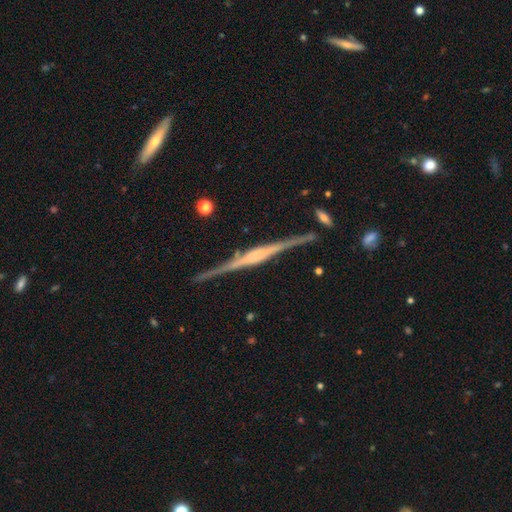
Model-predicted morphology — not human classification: A featured or disk galaxy (87%) viewed edge-on (98%) with a boxy central bulge (50%). Merging: none (85%).